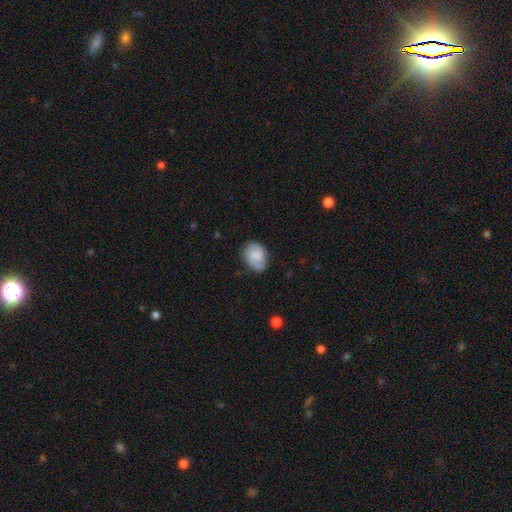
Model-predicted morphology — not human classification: Smooth or featured?
  - smooth: 55% *
  - featured or disk: 38%
  - star or artifact: 8%
How rounded?
  - in between: 69% *
  - round: 30%
  - cigar-shaped: 1%
Merging?
  - none: 71% *
  - minor disturbance: 22%
  - major disturbance: 5%
  - merger: 1%